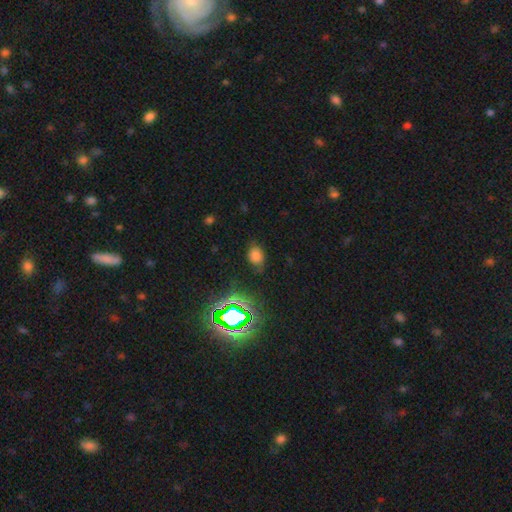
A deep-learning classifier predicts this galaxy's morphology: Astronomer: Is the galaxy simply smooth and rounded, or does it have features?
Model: smooth — 66%.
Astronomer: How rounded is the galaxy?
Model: in between — 65%.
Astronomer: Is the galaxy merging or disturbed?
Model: none — 70%.